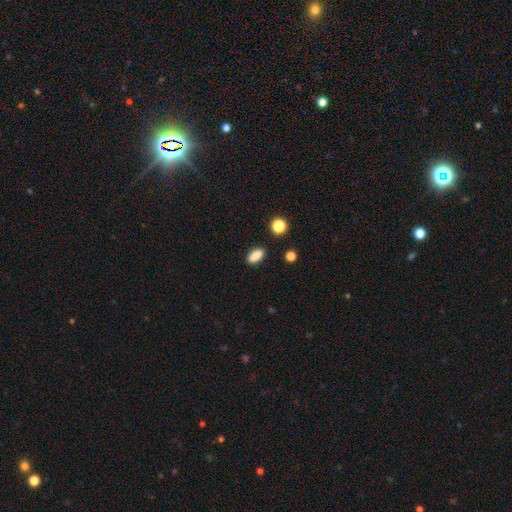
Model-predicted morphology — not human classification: Smooth or featured?
  - smooth: 86% *
  - star or artifact: 9%
  - featured or disk: 5%
How rounded?
  - in between: 80% *
  - cigar-shaped: 13%
  - round: 7%
Merging?
  - none: 87% *
  - minor disturbance: 9%
  - merger: 2%
  - major disturbance: 2%